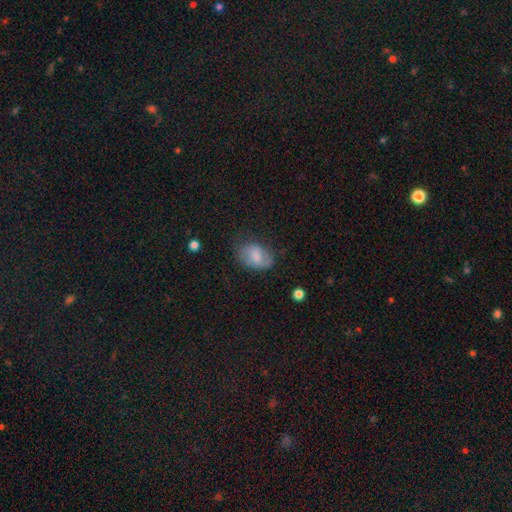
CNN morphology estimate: Smooth or featured?
  - smooth: 71% *
  - featured or disk: 21%
  - star or artifact: 8%
How rounded?
  - in between: 84% *
  - round: 14%
  - cigar-shaped: 1%
Merging?
  - none: 58% *
  - minor disturbance: 28%
  - major disturbance: 12%
  - merger: 2%